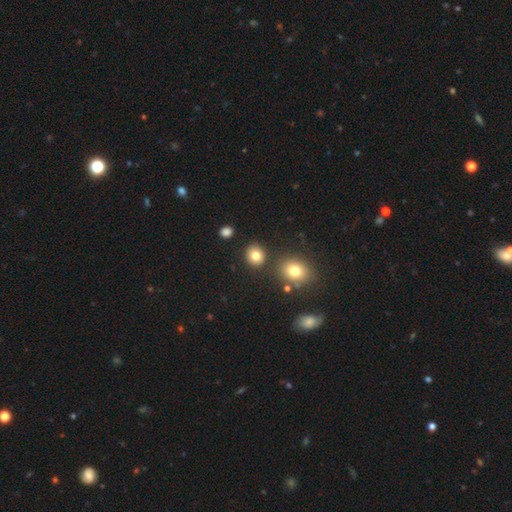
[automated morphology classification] Q: Smooth or featured?
A: smooth (82%); runner-up: star or artifact (11%)
Q: How rounded?
A: round (78%); runner-up: in between (21%)
Q: Merging?
A: none (84%); runner-up: minor disturbance (8%)